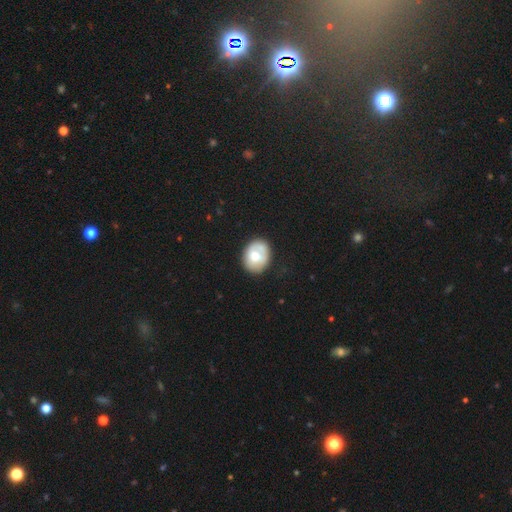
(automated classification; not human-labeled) A smooth galaxy with no disk features (65%) that is in between round and cigar-shaped (52%).

Vote fractions:
- Smooth or featured? smooth: 65% / featured or disk: 28% / star or artifact: 7%
- How rounded? in between: 52% / round: 48% / cigar-shaped: 1%
- Merging? none: 71% / minor disturbance: 21% / major disturbance: 6% / merger: 2%